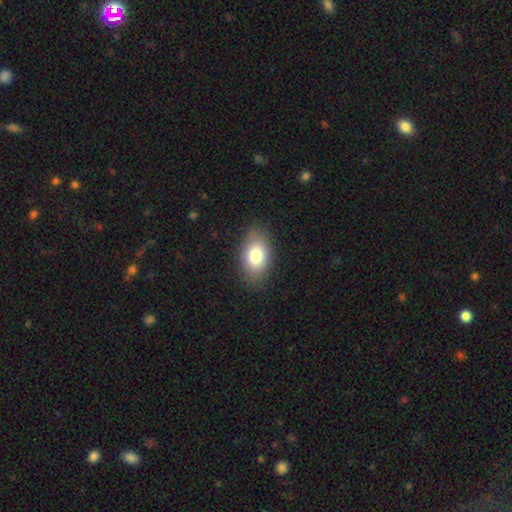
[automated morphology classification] The model was most divided on "smooth or featured": smooth: 79%, featured or disk: 13%, star or artifact: 9%. More confident: how rounded — in between (87%); merging — none (83%).